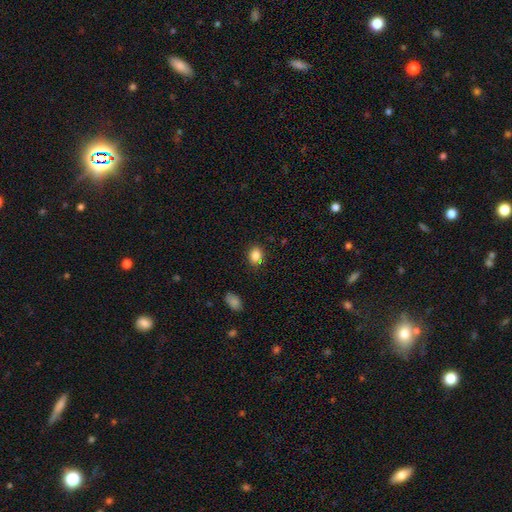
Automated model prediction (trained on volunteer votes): Q: Smooth or featured?
A: smooth (85%); runner-up: star or artifact (10%)
Q: How rounded?
A: in between (50%); runner-up: round (49%)
Q: Merging?
A: none (86%); runner-up: minor disturbance (10%)